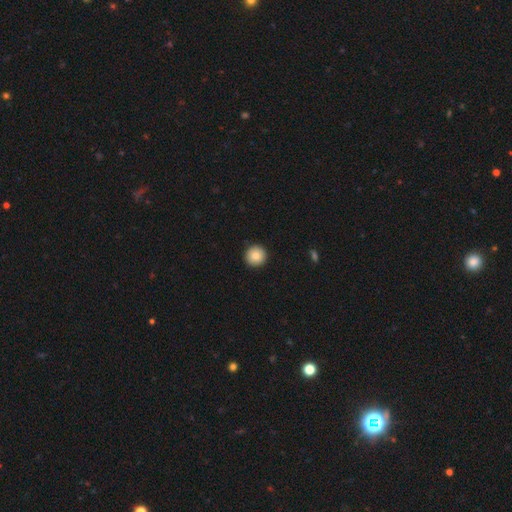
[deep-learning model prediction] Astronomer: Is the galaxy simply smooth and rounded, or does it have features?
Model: smooth — 85%.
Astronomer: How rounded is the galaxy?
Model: round — 95%.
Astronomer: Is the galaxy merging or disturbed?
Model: none — 93%.